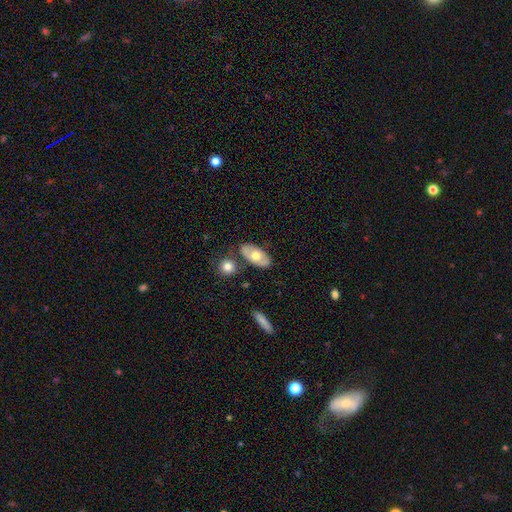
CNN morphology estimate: A smooth galaxy with no disk features (58%) that is in between round and cigar-shaped (91%).

Vote fractions:
- Smooth or featured? smooth: 58% / featured or disk: 37% / star or artifact: 6%
- How rounded? in between: 91% / cigar-shaped: 5% / round: 4%
- Merging? none: 75% / minor disturbance: 13% / merger: 9% / major disturbance: 3%